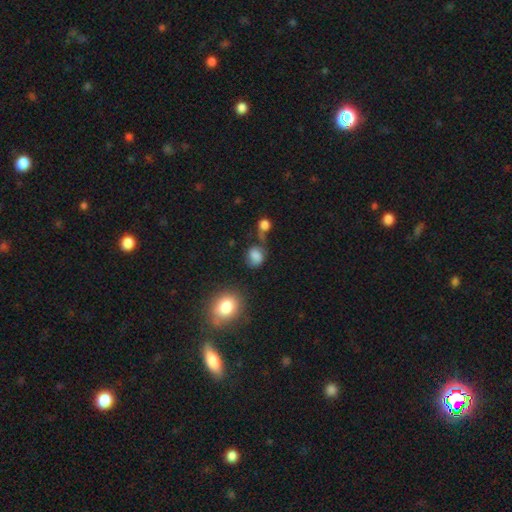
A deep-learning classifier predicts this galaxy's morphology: A smooth galaxy with no disk features (78%) that is round (57%). Merging: none (49%).